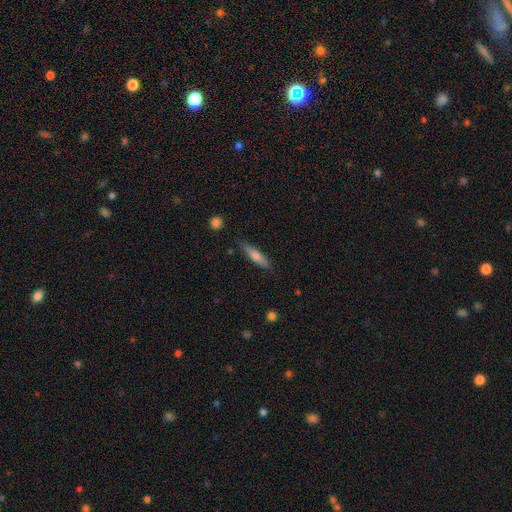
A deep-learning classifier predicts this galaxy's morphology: Smooth or featured? Predicted: smooth (p=0.56). How rounded? Predicted: cigar-shaped (p=0.84). Merging? Predicted: none (p=0.85).